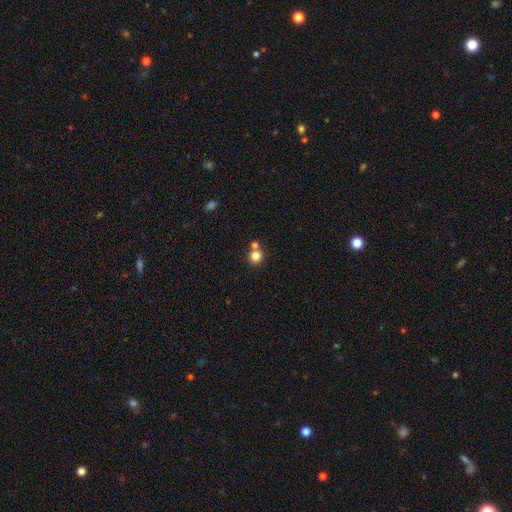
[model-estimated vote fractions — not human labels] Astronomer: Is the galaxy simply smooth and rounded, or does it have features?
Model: smooth — 81%.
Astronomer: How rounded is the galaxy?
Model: round — 92%.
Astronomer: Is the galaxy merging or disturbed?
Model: none — 63%.